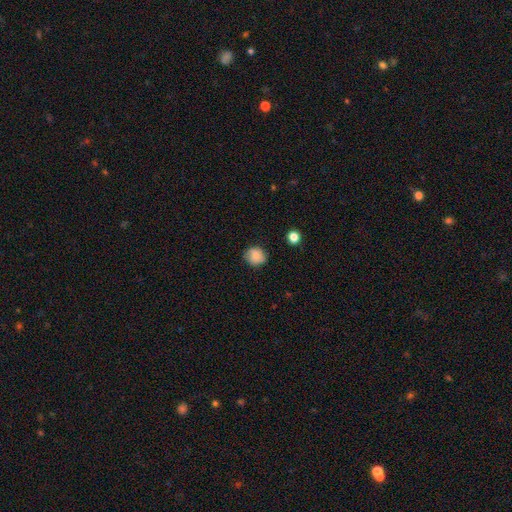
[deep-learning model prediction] Smooth or featured?
  - smooth: 81% *
  - featured or disk: 10%
  - star or artifact: 9%
How rounded?
  - round: 78% *
  - in between: 21%
  - cigar-shaped: 1%
Merging?
  - none: 79% *
  - minor disturbance: 16%
  - major disturbance: 3%
  - merger: 1%